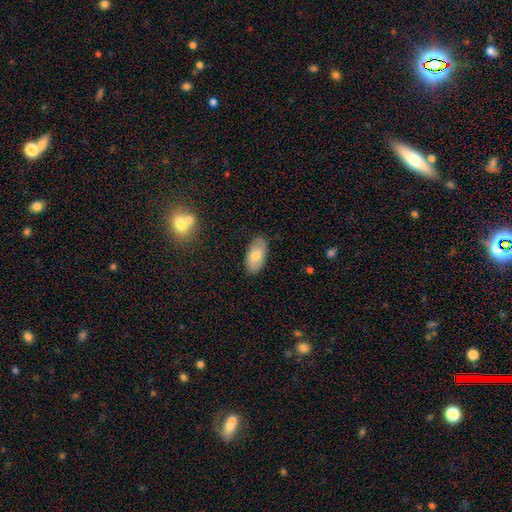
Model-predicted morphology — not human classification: type=smooth (75%); roundness=in between (94%); merging=none (85%).